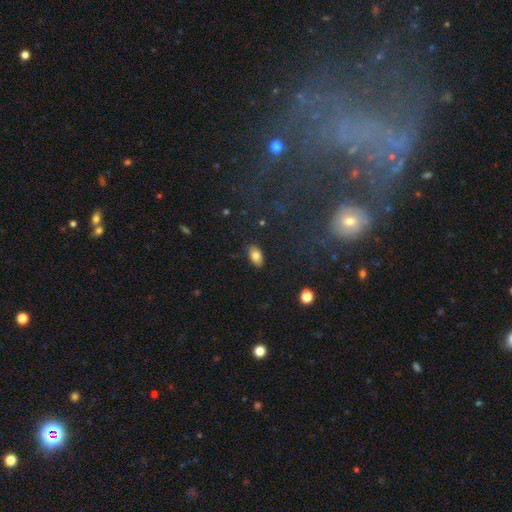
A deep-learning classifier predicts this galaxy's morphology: This is clearly a smooth galaxy (80%). How rounded: clearly in between (92%). Merging: clearly none (83%).